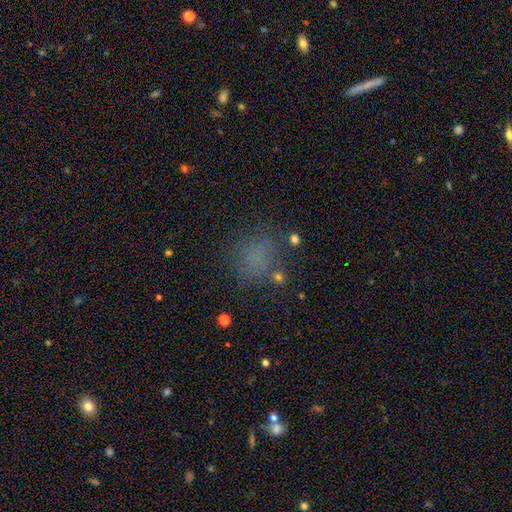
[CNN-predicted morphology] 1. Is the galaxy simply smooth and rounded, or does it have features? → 62% smooth, 26% star or artifact, 12% featured or disk.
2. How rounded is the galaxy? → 68% round, 30% in between, 2% cigar-shaped.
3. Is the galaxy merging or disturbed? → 70% none, 15% minor disturbance, 11% major disturbance, 4% merger.